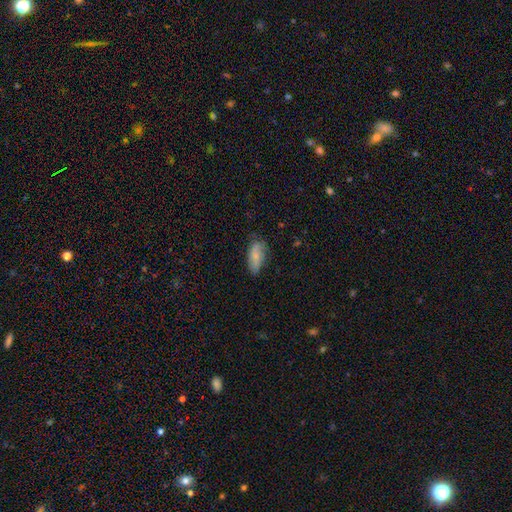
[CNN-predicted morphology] type=smooth (72%); roundness=in between (84%); merging=none (62%).